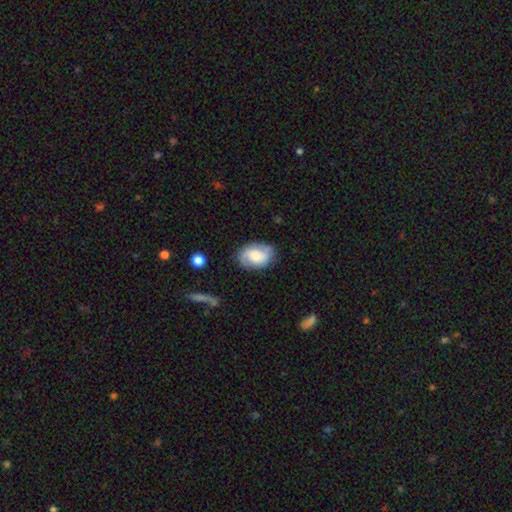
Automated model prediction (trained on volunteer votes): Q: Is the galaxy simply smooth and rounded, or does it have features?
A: featured or disk — 49%.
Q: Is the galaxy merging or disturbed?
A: none — 76%.